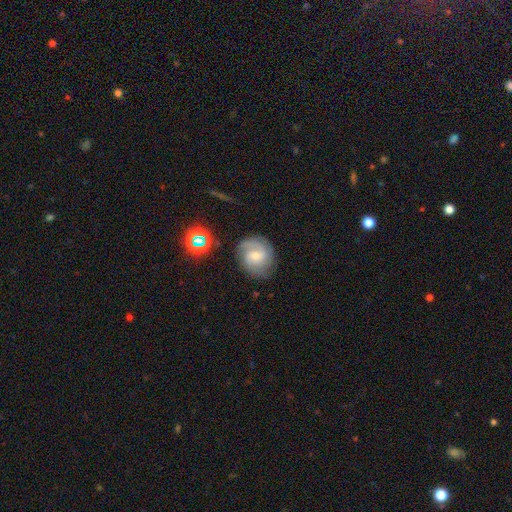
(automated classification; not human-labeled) smooth_or_featured: featured or disk (p=0.69) [alt: smooth p=0.21]
disk_edge_on: no (p=0.97) [alt: yes p=0.03]
bar: no (p=0.50) [alt: weak p=0.43]
has_spiral_arms: yes (p=0.93) [alt: no p=0.07]
spiral_winding: medium (p=0.43) [alt: tight p=0.41]
spiral_arm_count: 2 (p=0.42) [alt: can't tell p=0.24]
bulge_size: small (p=0.58) [alt: moderate p=0.38]
merging: none (p=0.71) [alt: minor disturbance p=0.18]